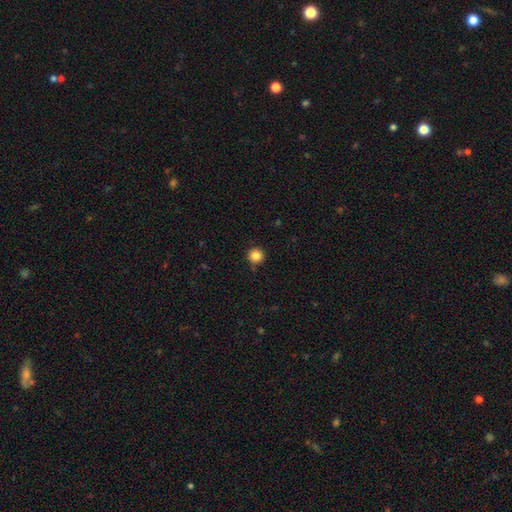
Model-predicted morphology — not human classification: The model was most divided on "smooth or featured": smooth: 85%, star or artifact: 11%, featured or disk: 4%. More confident: how rounded — round (96%); merging — none (91%).